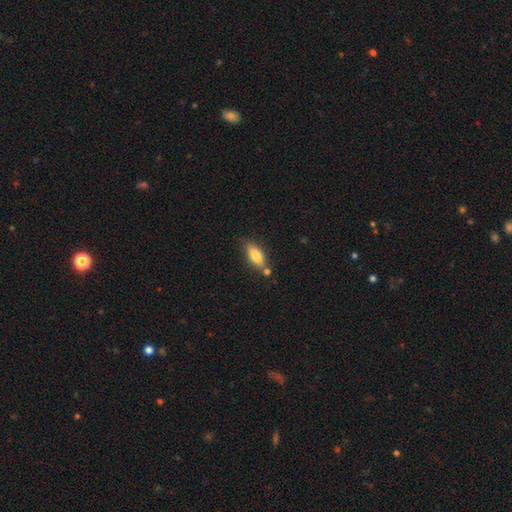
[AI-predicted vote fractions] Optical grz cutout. It shows a smooth galaxy with no disk features (77%) that is in between round and cigar-shaped (75%). Merging: none (67%).